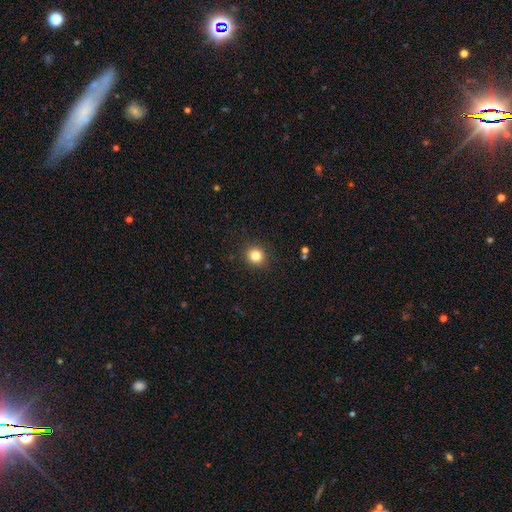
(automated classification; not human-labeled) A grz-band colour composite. It shows a smooth galaxy with no disk features (82%) that is round (90%). Merging: none (91%).